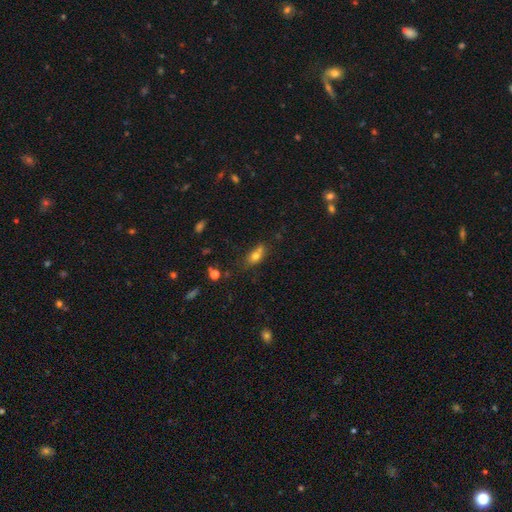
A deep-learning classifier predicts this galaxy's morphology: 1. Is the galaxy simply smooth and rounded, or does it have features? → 72% smooth, 15% featured or disk, 13% star or artifact.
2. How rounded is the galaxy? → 72% in between, 19% round, 10% cigar-shaped.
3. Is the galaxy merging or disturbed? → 45% none, 25% merger, 22% minor disturbance, 8% major disturbance.